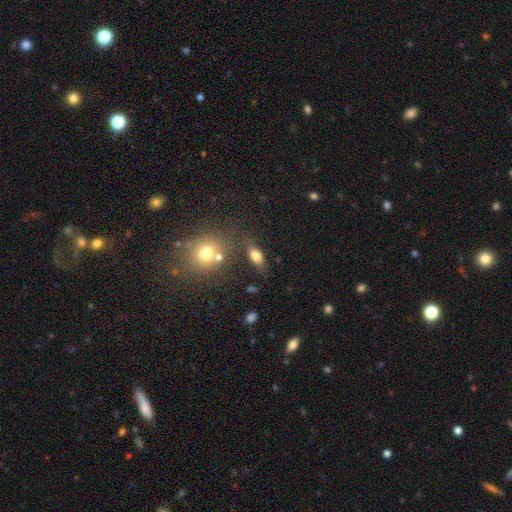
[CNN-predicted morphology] Smooth or featured? Predicted: smooth (p=0.76). How rounded? Predicted: in between (p=0.80). Merging? Predicted: none (p=0.70).